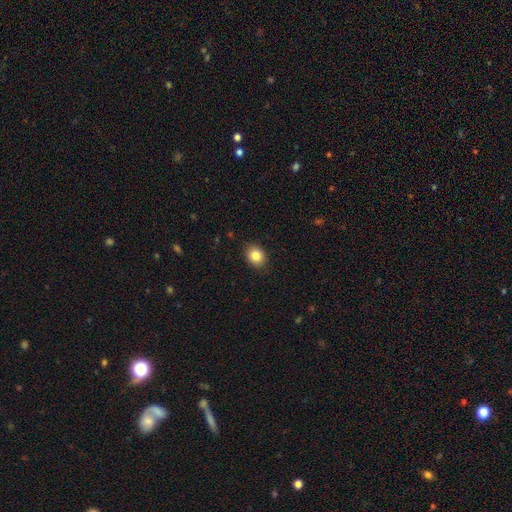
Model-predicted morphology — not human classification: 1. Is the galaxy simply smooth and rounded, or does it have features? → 85% smooth, 9% star or artifact, 5% featured or disk.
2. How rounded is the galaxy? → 59% round, 40% in between, 1% cigar-shaped.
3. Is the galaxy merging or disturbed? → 88% none, 9% minor disturbance, 2% major disturbance, 1% merger.